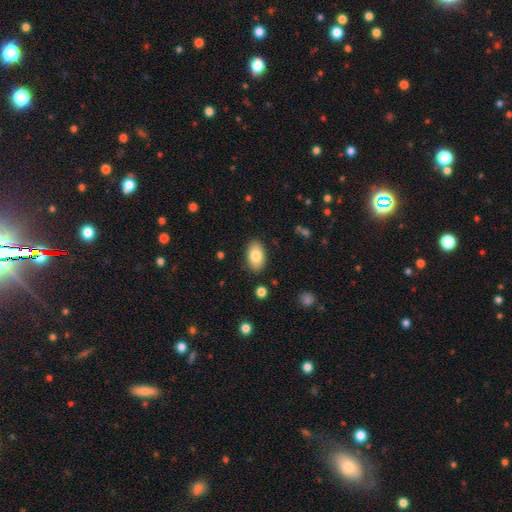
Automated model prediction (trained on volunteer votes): Smooth or featured? smooth (81%)
How rounded? in between (92%)
Merging? none (87%)